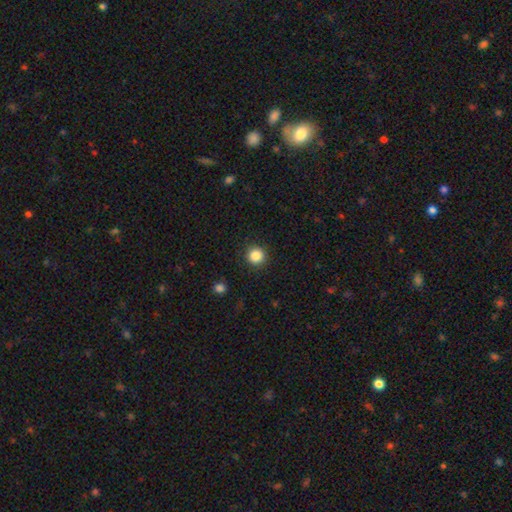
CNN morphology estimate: The model was most divided on "smooth or featured": smooth: 86%, star or artifact: 11%, featured or disk: 4%. More confident: how rounded — round (95%); merging — none (91%).